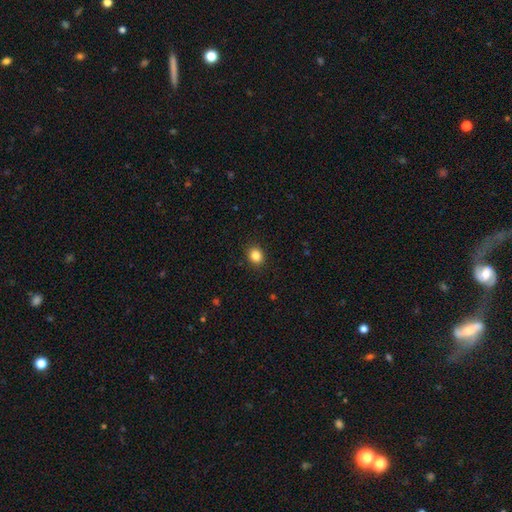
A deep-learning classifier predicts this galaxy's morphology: Smooth or featured?
  - smooth: 85% *
  - star or artifact: 11%
  - featured or disk: 5%
How rounded?
  - round: 65% *
  - in between: 34%
  - cigar-shaped: 1%
Merging?
  - none: 91% *
  - minor disturbance: 6%
  - major disturbance: 2%
  - merger: 1%